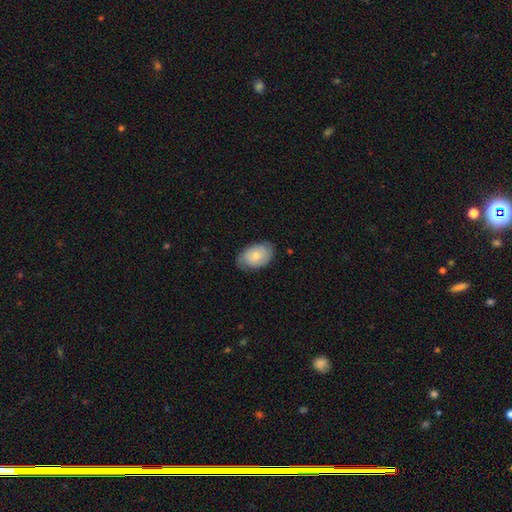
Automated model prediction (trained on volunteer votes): smooth_or_featured: smooth (p=0.66) [alt: featured or disk p=0.28]
how_rounded: in between (p=0.88) [alt: round p=0.11]
merging: none (p=0.72) [alt: minor disturbance p=0.23]